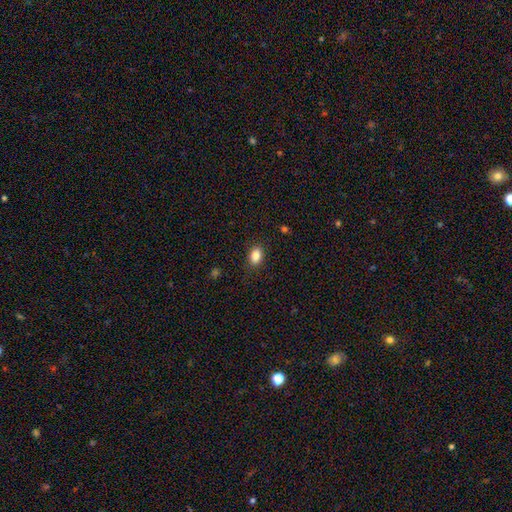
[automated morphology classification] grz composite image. It shows a smooth galaxy with no disk features (85%) that is in between round and cigar-shaped (81%). Merging: none (86%).